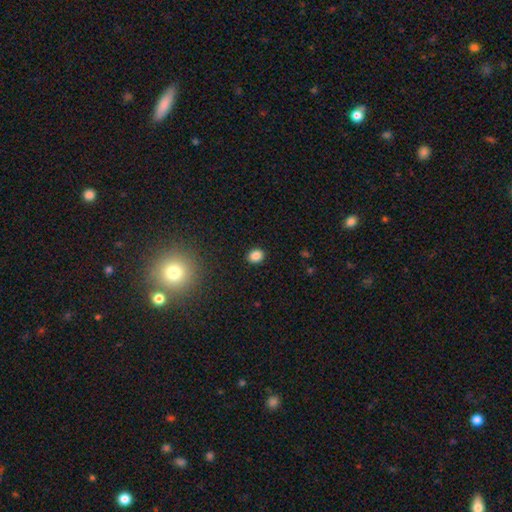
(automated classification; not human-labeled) Q: Smooth or featured?
A: smooth (85%); runner-up: star or artifact (11%)
Q: How rounded?
A: round (59%); runner-up: in between (40%)
Q: Merging?
A: none (90%); runner-up: minor disturbance (7%)